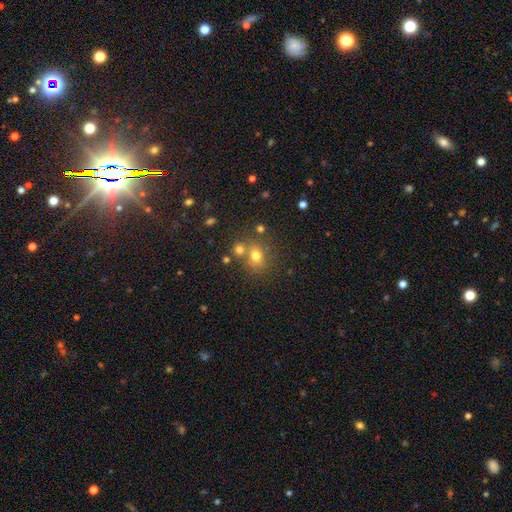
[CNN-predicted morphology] Smooth or featured: smooth — 71% (star or artifact — 17%)
How rounded: round — 76% (in between — 23%)
Merging: none — 59% (merger — 26%)